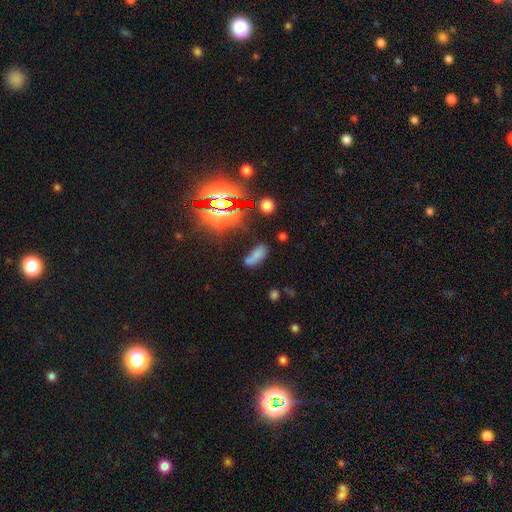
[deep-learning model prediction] smooth 63%, star or artifact 24%, featured or disk 13%. Down the decision tree: how rounded — in between (72%); merging — none (54%).